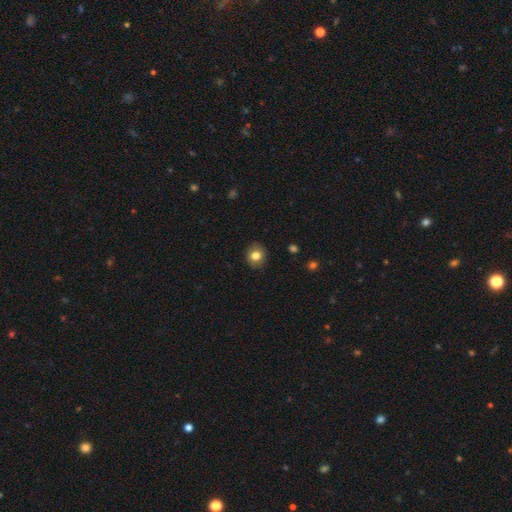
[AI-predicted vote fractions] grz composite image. It shows a smooth galaxy with no disk features (80%) that is round (79%). Merging: none (87%).